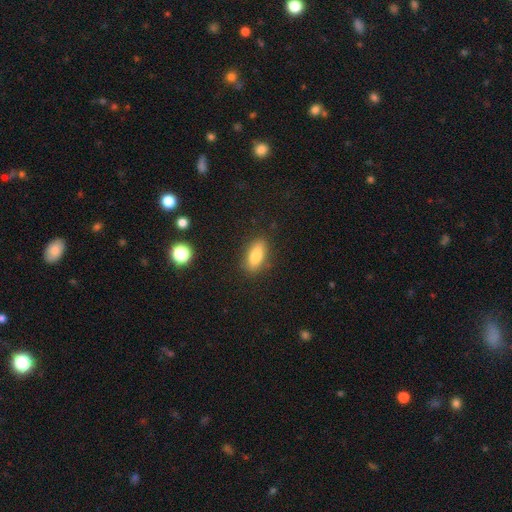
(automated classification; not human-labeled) Smooth or featured? Predicted: smooth (p=0.80). How rounded? Predicted: in between (p=0.78). Merging? Predicted: none (p=0.85).